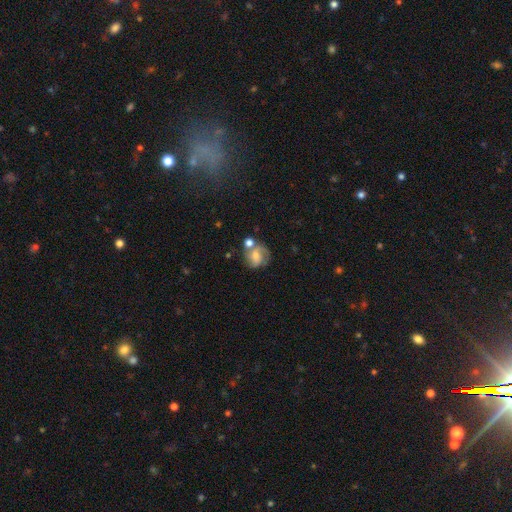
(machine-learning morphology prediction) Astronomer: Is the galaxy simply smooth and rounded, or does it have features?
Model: featured or disk — 52% (runner-up: smooth, 39%).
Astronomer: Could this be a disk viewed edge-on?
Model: no — 97%.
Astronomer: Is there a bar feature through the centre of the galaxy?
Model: no — 54% (runner-up: weak, 37%).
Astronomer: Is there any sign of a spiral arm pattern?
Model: yes — 82%.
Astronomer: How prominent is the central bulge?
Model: moderate — 45% (runner-up: small, 42%).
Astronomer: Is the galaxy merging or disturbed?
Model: none — 50%.